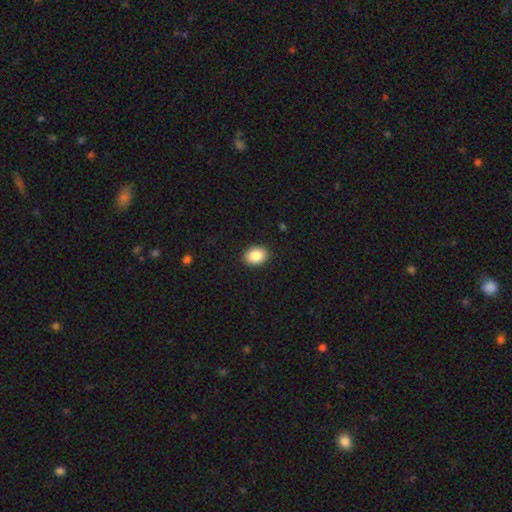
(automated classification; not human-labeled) Overall: smooth (86%). How rounded: in between (65%; round 34%). Merging: none (91%).